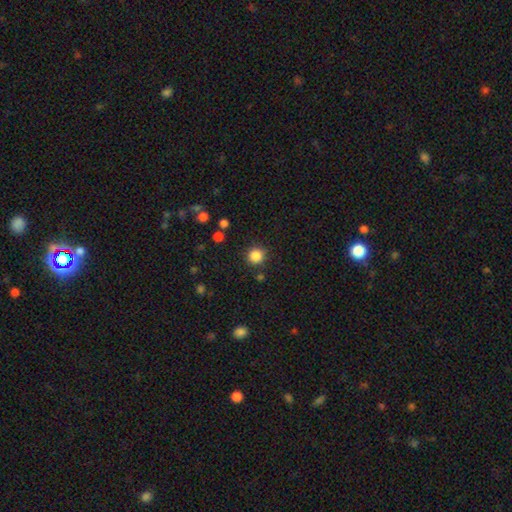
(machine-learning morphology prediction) A smooth galaxy with no disk features (86%) that is round (93%).

Vote fractions:
- Smooth or featured? smooth: 86% / star or artifact: 11% / featured or disk: 3%
- How rounded? round: 93% / in between: 6% / cigar-shaped: 1%
- Merging? none: 88% / minor disturbance: 7% / major disturbance: 3% / merger: 2%